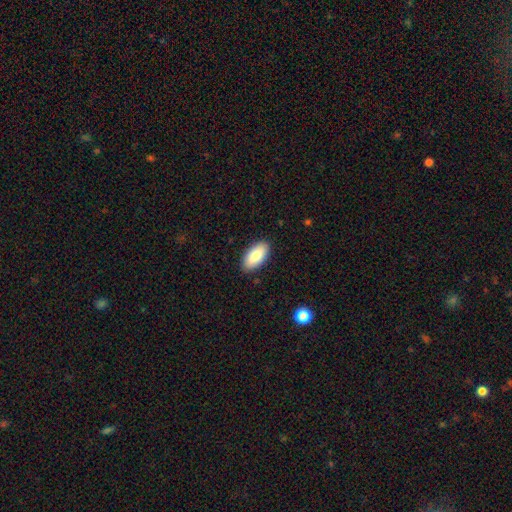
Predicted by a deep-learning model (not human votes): smooth-or-featured: smooth: 84% | featured or disk: 10% | star or artifact: 6%
  how-rounded: in between: 94% | cigar-shaped: 4% | round: 2%
  merging: none: 88% | minor disturbance: 9% | major disturbance: 2% | merger: 1%